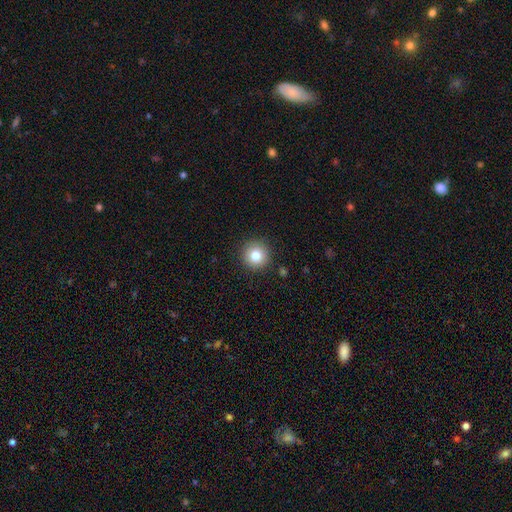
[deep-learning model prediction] Q: Smooth or featured?
A: smooth (80%); runner-up: star or artifact (11%)
Q: How rounded?
A: round (95%); runner-up: in between (4%)
Q: Merging?
A: none (90%); runner-up: minor disturbance (6%)